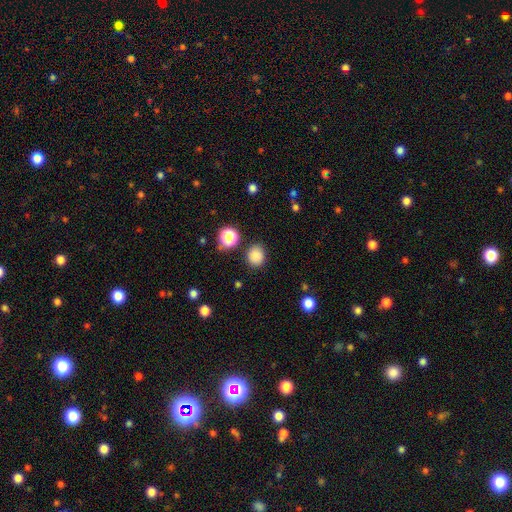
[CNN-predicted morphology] Smooth or featured? smooth (84%)
How rounded? round (77%)
Merging? none (84%)